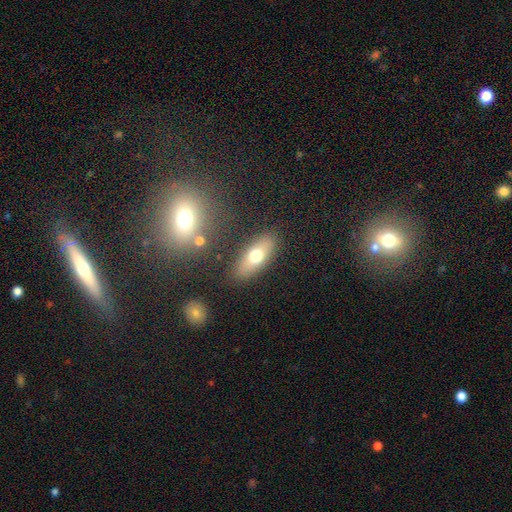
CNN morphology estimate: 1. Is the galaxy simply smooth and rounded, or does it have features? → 66% smooth, 25% featured or disk, 8% star or artifact.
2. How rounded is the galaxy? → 74% in between, 22% cigar-shaped, 4% round.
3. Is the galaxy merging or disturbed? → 85% none, 10% minor disturbance, 3% major disturbance, 2% merger.